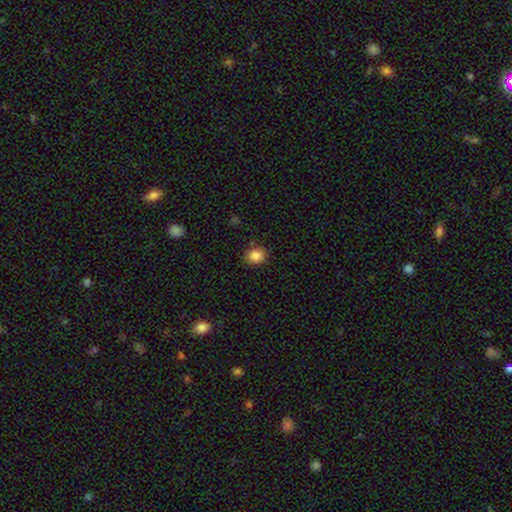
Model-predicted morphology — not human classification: Smooth or featured?
  - smooth: 85% *
  - star or artifact: 10%
  - featured or disk: 5%
How rounded?
  - round: 62% *
  - in between: 37%
  - cigar-shaped: 1%
Merging?
  - none: 87% *
  - minor disturbance: 9%
  - major disturbance: 2%
  - merger: 2%